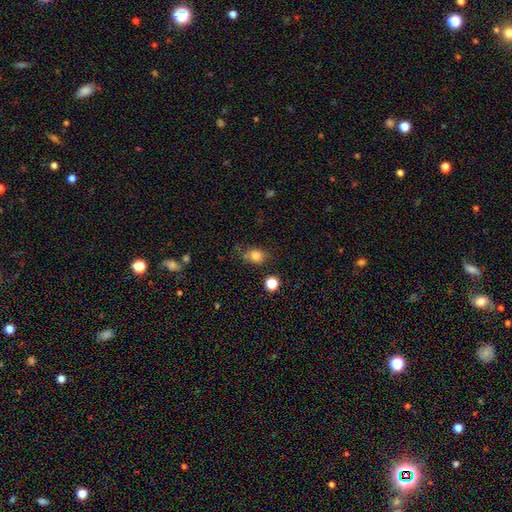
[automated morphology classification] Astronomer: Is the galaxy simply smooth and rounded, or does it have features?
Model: smooth — 81%.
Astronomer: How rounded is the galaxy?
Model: round — 56% (runner-up: in between, 43%).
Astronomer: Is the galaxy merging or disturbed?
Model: none — 68%.